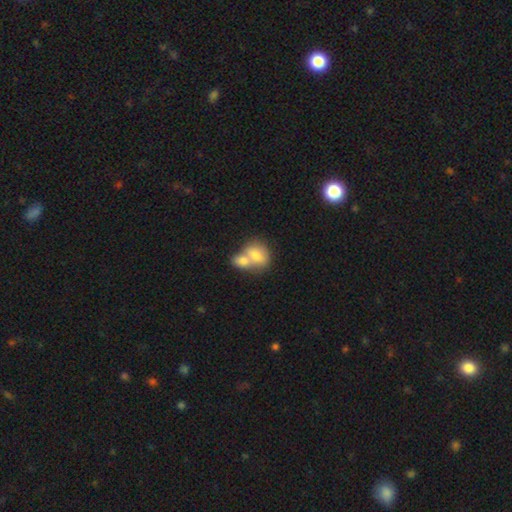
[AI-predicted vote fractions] Smooth or featured: smooth — 73% (featured or disk — 19%)
How rounded: in between — 55% (round — 43%)
Merging: merger — 68% (none — 22%)